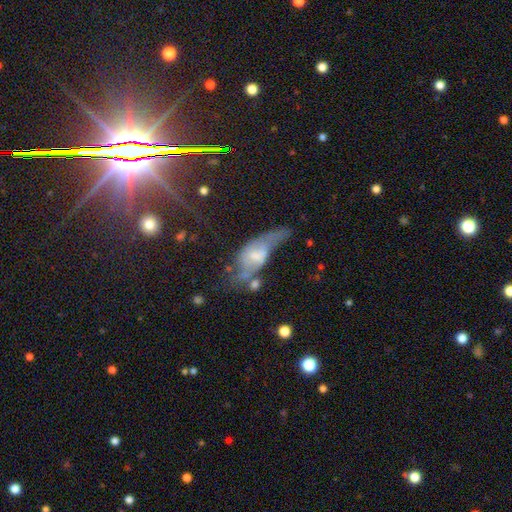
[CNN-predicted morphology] A featured or disk galaxy (52%). Merging: major disturbance (38%).